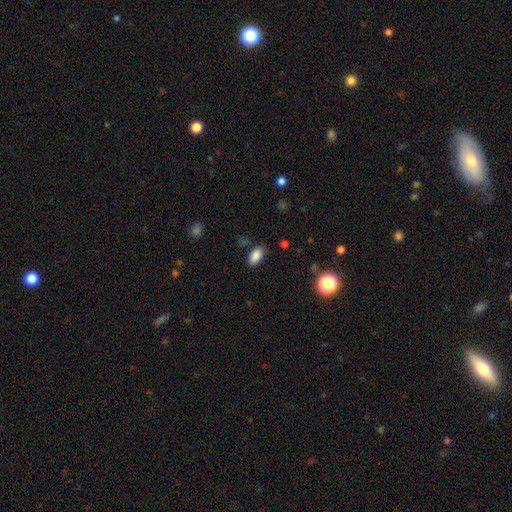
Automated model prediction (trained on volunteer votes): smooth_or_featured: smooth (p=0.86) [alt: star or artifact p=0.10]
how_rounded: in between (p=0.92) [alt: round p=0.04]
merging: none (p=0.82) [alt: minor disturbance p=0.13]